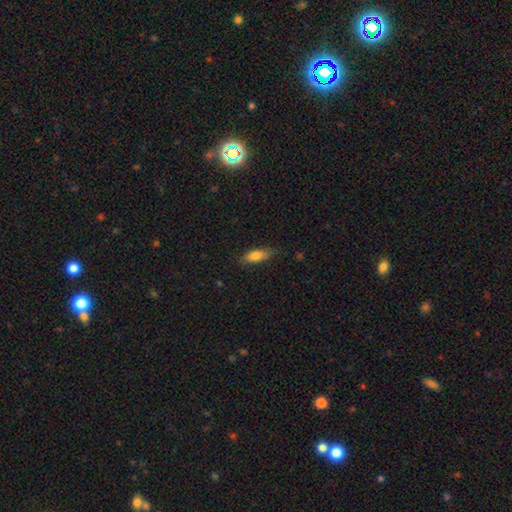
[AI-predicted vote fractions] A smooth galaxy with no disk features (77%) that is in between round and cigar-shaped (65%).

Vote fractions:
- Smooth or featured? smooth: 77% / featured or disk: 17% / star or artifact: 7%
- How rounded? in between: 65% / cigar-shaped: 32% / round: 3%
- Merging? none: 81% / minor disturbance: 15% / major disturbance: 3% / merger: 1%